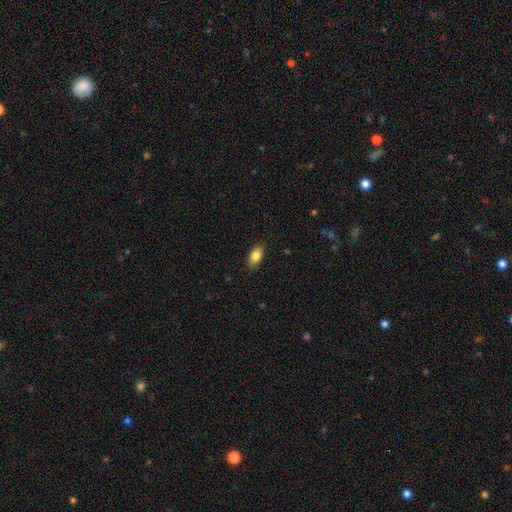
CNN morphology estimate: A smooth galaxy with no disk features (84%) that is in between round and cigar-shaped (89%). Merging: none (85%).